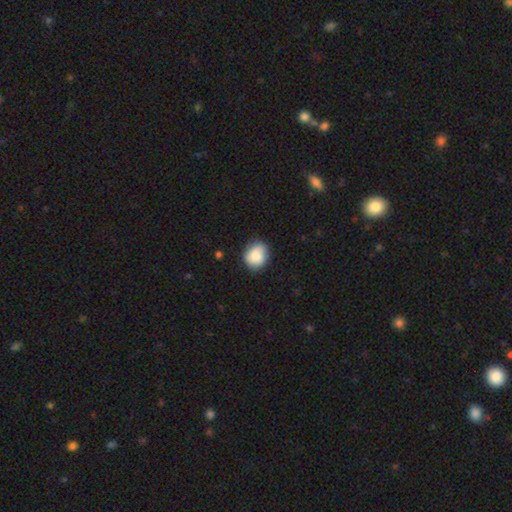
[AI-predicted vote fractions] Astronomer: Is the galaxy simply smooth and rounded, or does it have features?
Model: smooth — 83%.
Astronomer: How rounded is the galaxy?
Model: round — 63%.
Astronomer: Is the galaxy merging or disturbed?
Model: none — 76%.